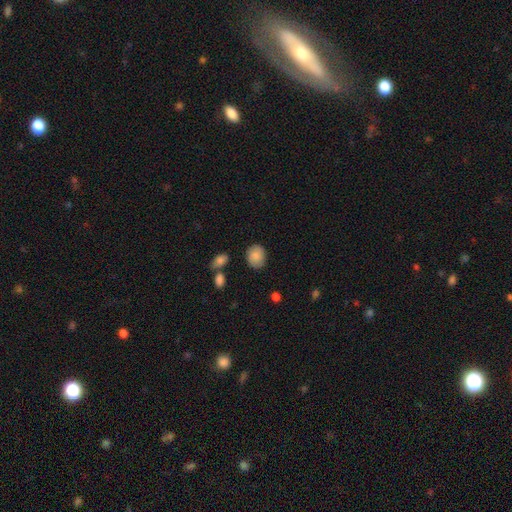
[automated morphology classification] A smooth galaxy with no disk features (87%) that is round (59%). Merging: none (82%).